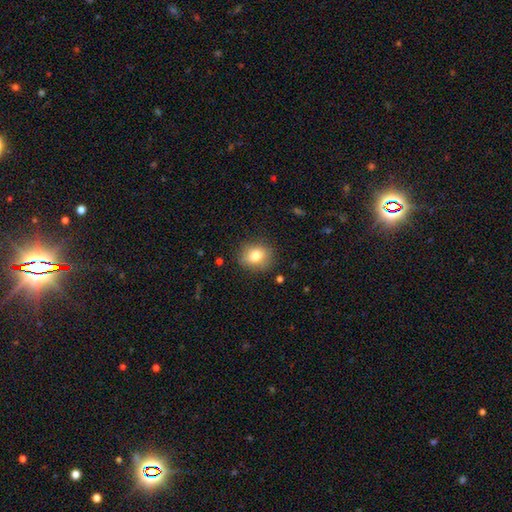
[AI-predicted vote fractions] smooth-or-featured: smooth: 81% | featured or disk: 10% | star or artifact: 9%
  how-rounded: round: 62% | in between: 37% | cigar-shaped: 1%
  merging: none: 84% | minor disturbance: 12% | major disturbance: 3% | merger: 1%